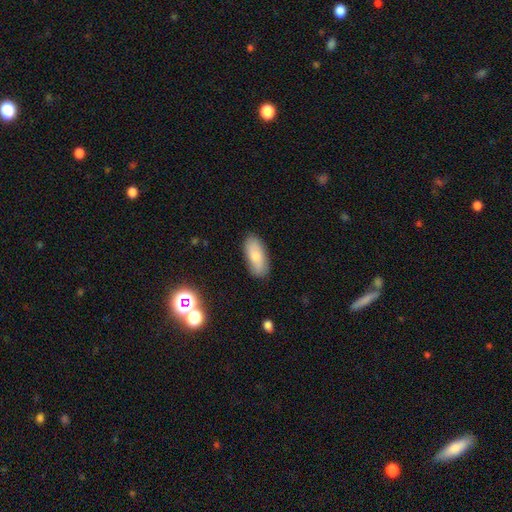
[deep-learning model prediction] Smooth or featured?
  - smooth: 75% *
  - featured or disk: 18%
  - star or artifact: 7%
How rounded?
  - in between: 86% *
  - cigar-shaped: 11%
  - round: 2%
Merging?
  - none: 84% *
  - minor disturbance: 13%
  - major disturbance: 2%
  - merger: 1%